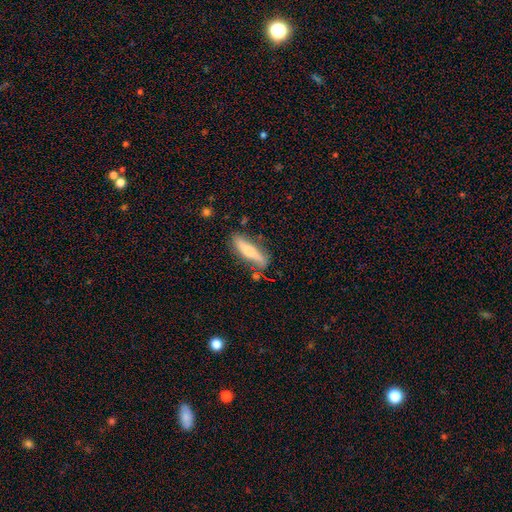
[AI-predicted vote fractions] Q: Smooth or featured?
A: smooth (56%); runner-up: featured or disk (38%)
Q: How rounded?
A: cigar-shaped (78%); runner-up: in between (20%)
Q: Merging?
A: none (75%); runner-up: minor disturbance (16%)